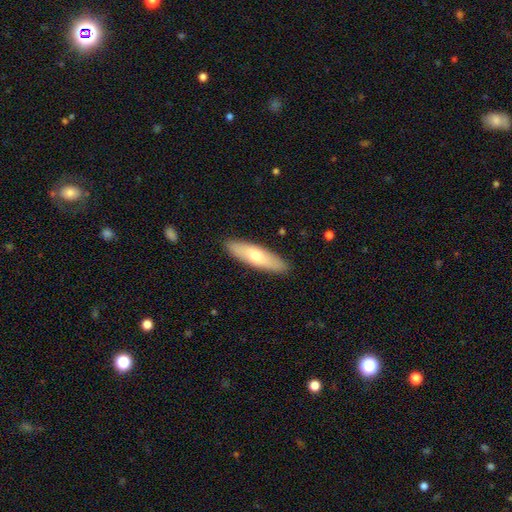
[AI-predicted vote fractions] A smooth galaxy with no disk features (64%) that is cigar-shaped (63%).

Vote fractions:
- Smooth or featured? smooth: 64% / featured or disk: 31% / star or artifact: 5%
- How rounded? cigar-shaped: 63% / in between: 35% / round: 2%
- Merging? none: 90% / minor disturbance: 8% / major disturbance: 2% / merger: 1%